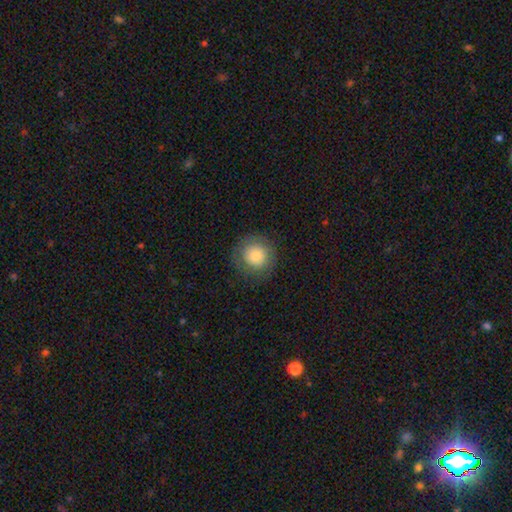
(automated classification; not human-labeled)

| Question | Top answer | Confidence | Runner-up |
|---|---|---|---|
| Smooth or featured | smooth | 79% | featured or disk (12%) |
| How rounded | round | 94% | in between (5%) |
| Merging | none | 84% | minor disturbance (10%) |